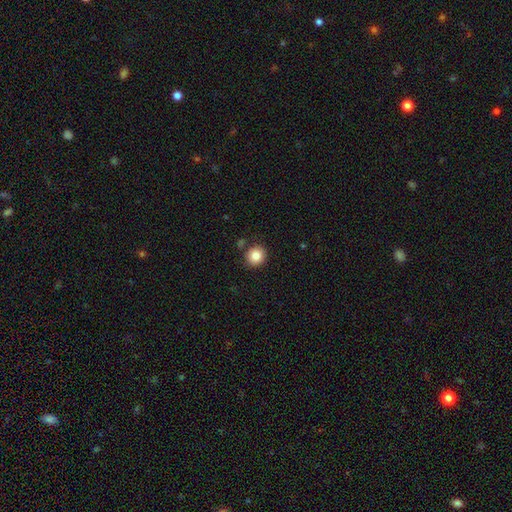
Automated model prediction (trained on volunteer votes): Smooth or featured?
  - smooth: 84% *
  - star or artifact: 10%
  - featured or disk: 6%
How rounded?
  - round: 89% *
  - in between: 10%
  - cigar-shaped: 1%
Merging?
  - none: 86% *
  - minor disturbance: 8%
  - merger: 4%
  - major disturbance: 2%